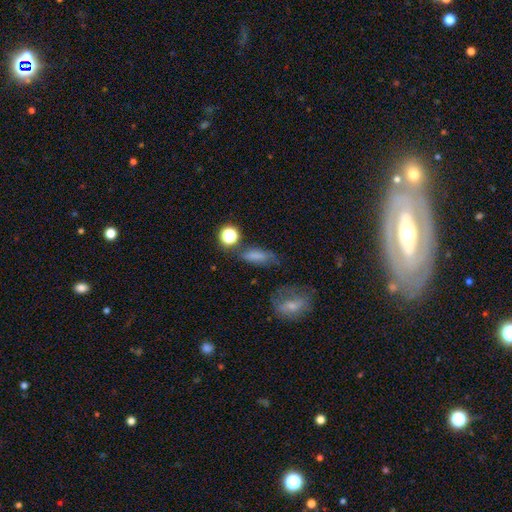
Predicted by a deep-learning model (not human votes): Smooth or featured? Predicted: smooth (p=0.73). How rounded? Predicted: in between (p=0.64). Merging? Predicted: none (p=0.60).